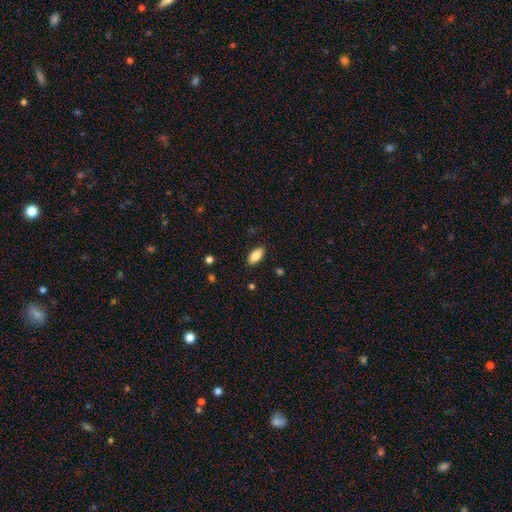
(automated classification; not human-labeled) Smooth or featured? Predicted: smooth (p=0.86). How rounded? Predicted: in between (p=0.91). Merging? Predicted: none (p=0.88).